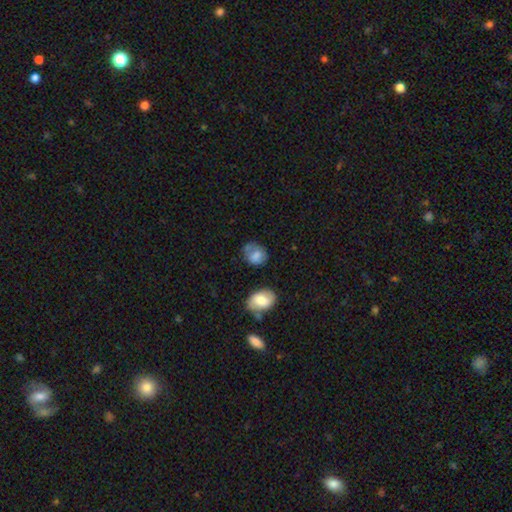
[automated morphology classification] A smooth galaxy with no disk features (74%) that is round (50%). Merging: none (50%).